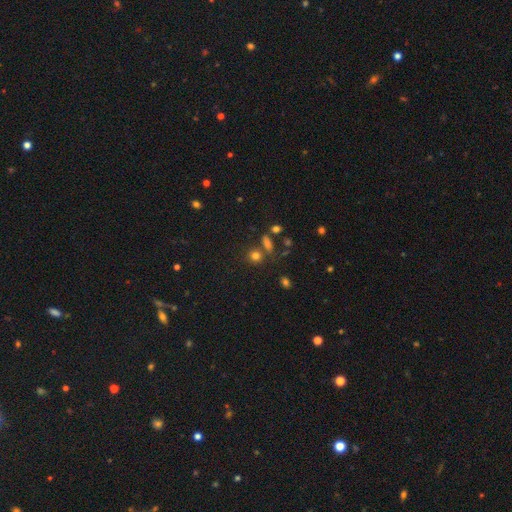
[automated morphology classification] The model was most divided on "merging": none: 69%, merger: 15%, minor disturbance: 11%, major disturbance: 5%. More confident: how rounded — round (79%); smooth or featured — smooth (76%).